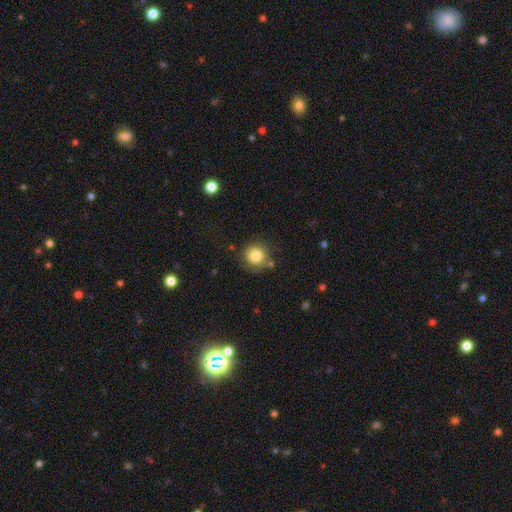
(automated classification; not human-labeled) Smooth or featured? Predicted: smooth (p=0.82). How rounded? Predicted: round (p=0.92). Merging? Predicted: none (p=0.77).